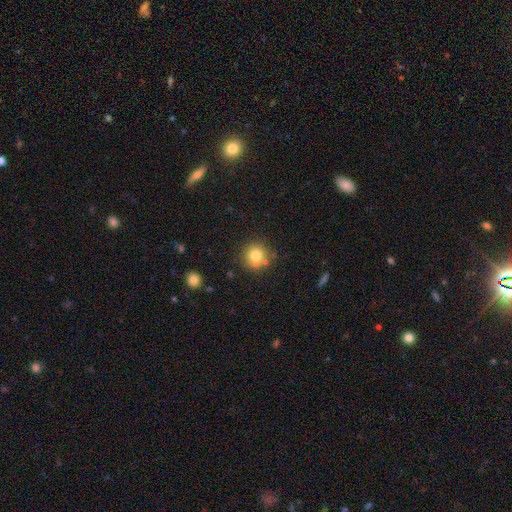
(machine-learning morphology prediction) This appears to be a smooth galaxy with no disk features (78%) that is round (92%). Merging: none (73%).